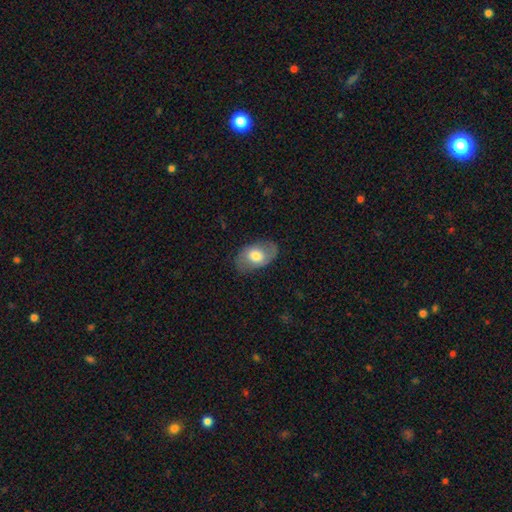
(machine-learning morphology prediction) Smooth or featured?
  - smooth: 58% *
  - featured or disk: 35%
  - star or artifact: 7%
How rounded?
  - in between: 89% *
  - round: 10%
  - cigar-shaped: 1%
Merging?
  - none: 74% *
  - minor disturbance: 19%
  - major disturbance: 6%
  - merger: 1%